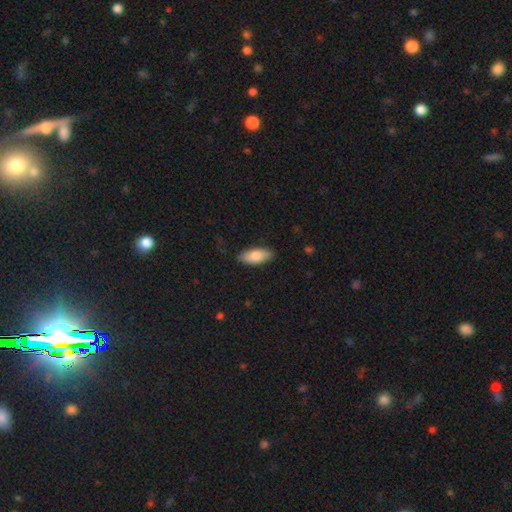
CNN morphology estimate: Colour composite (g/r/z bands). It shows a smooth galaxy with no disk features (79%) that is in between round and cigar-shaped (85%). Merging: none (85%).